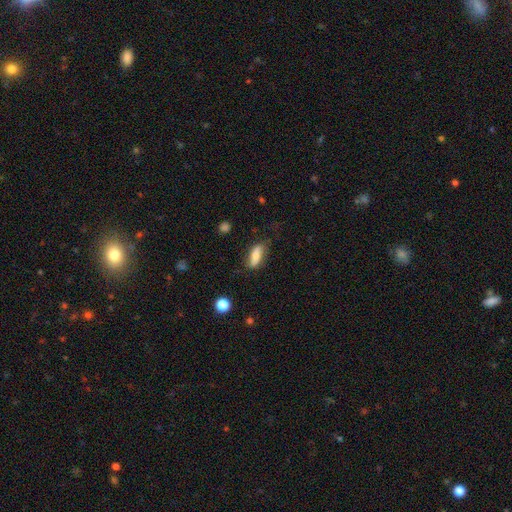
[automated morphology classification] type=smooth (67%); roundness=in between (72%); merging=none (68%).